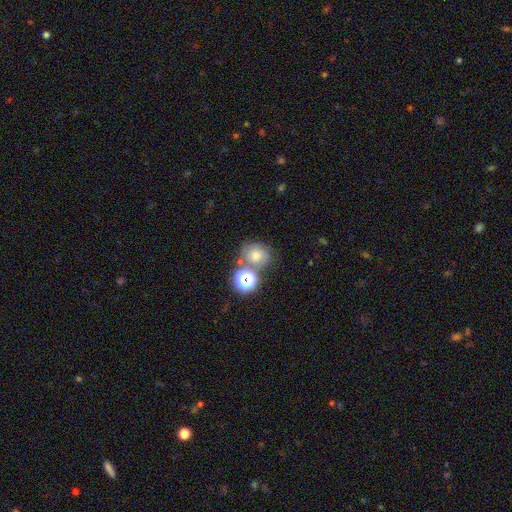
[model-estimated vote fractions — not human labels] Smooth or featured: smooth — 57% (star or artifact — 22%)
How rounded: round — 68% (in between — 31%)
Merging: none — 57% (merger — 22%)